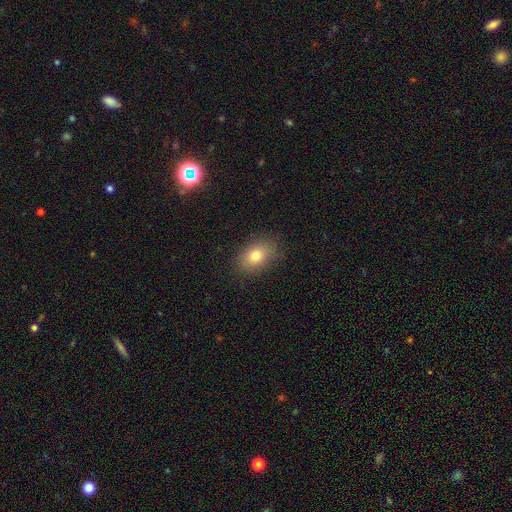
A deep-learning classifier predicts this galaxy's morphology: A smooth galaxy with no disk features (79%) that is in between round and cigar-shaped (82%). Merging: none (85%).